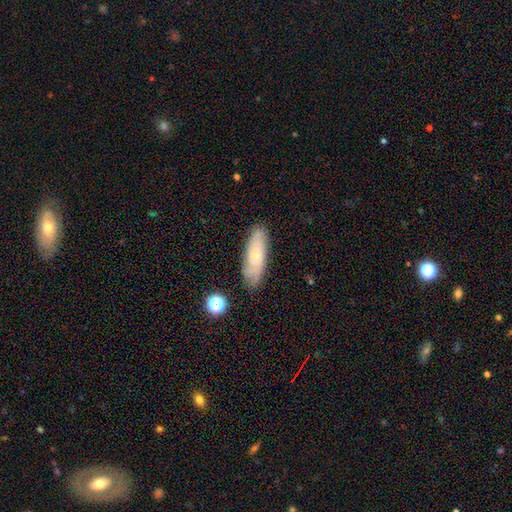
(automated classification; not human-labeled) smooth_or_featured: featured or disk (p=0.53) [alt: smooth p=0.38]
disk_edge_on: no (p=0.80) [alt: yes p=0.20]
merging: none (p=0.78) [alt: minor disturbance p=0.16]